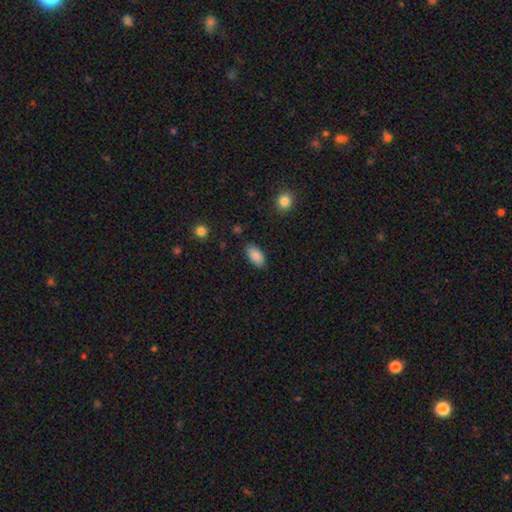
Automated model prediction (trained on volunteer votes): A smooth galaxy with no disk features (87%) that is in between round and cigar-shaped (94%). Merging: none (85%).